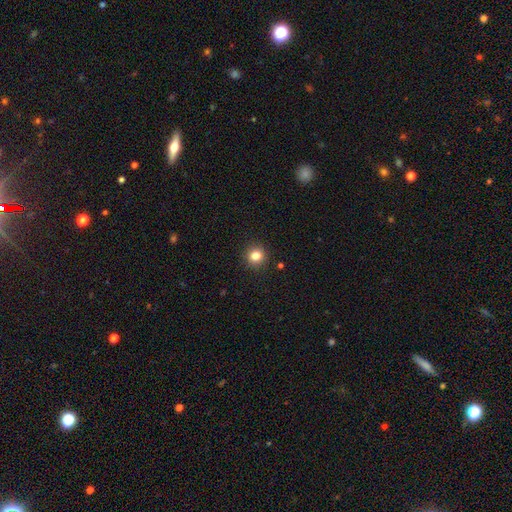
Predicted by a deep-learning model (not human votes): Morphology: type=smooth (82%); roundness=round (91%); merging=none (91%).